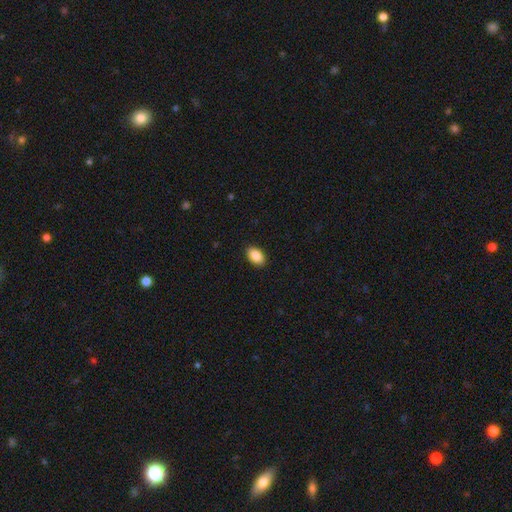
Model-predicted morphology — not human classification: Smooth or featured? Predicted: smooth (p=0.89). How rounded? Predicted: in between (p=0.90). Merging? Predicted: none (p=0.90).